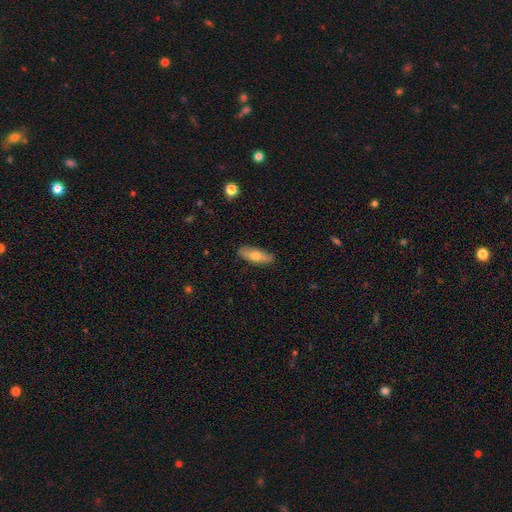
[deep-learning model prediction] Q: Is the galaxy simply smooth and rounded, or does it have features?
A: smooth — 65%.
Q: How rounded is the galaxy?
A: in between — 59%.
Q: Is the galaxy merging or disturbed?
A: none — 86%.